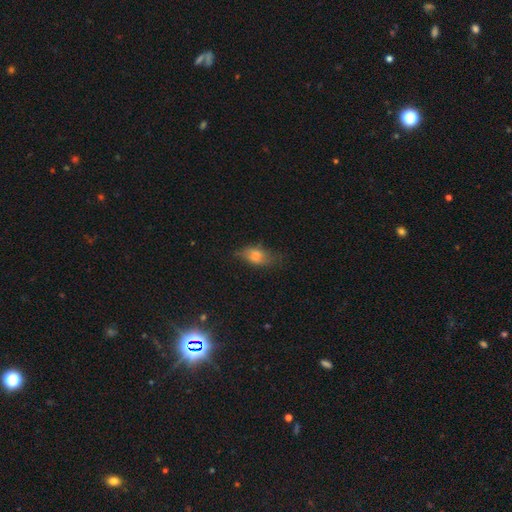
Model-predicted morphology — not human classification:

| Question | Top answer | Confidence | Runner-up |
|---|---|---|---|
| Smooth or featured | smooth | 68% | featured or disk (22%) |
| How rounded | in between | 84% | cigar-shaped (9%) |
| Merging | none | 55% | minor disturbance (30%) |